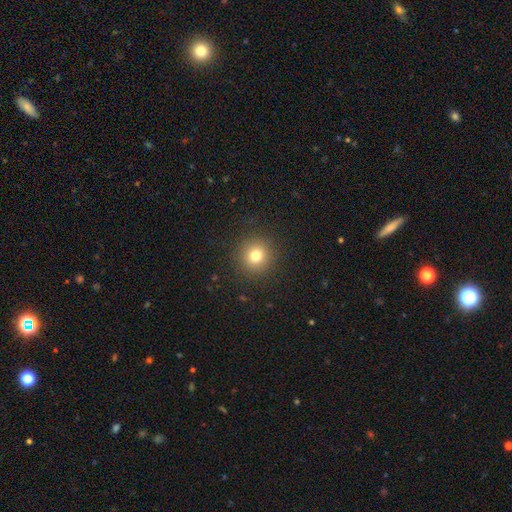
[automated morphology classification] smooth_or_featured: smooth (p=0.78) [alt: star or artifact p=0.14]
how_rounded: round (p=0.93) [alt: in between p=0.06]
merging: none (p=0.90) [alt: minor disturbance p=0.06]